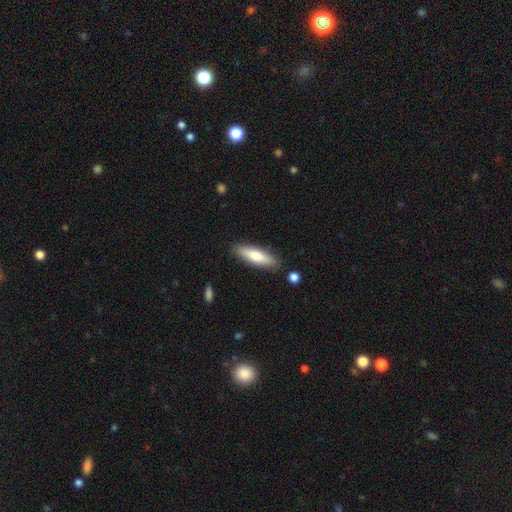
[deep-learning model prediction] Smooth or featured?
  - smooth: 73% *
  - featured or disk: 21%
  - star or artifact: 6%
How rounded?
  - cigar-shaped: 59% *
  - in between: 39%
  - round: 2%
Merging?
  - none: 85% *
  - minor disturbance: 10%
  - merger: 2%
  - major disturbance: 2%